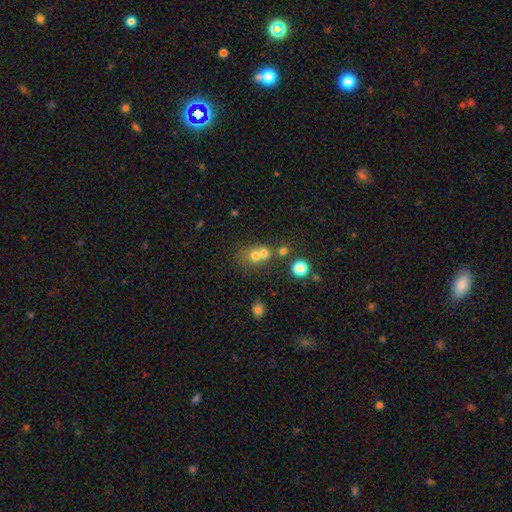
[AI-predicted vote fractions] This is likely a smooth galaxy (66%). How rounded: likely round (74%). Merging: possibly merger (56%).